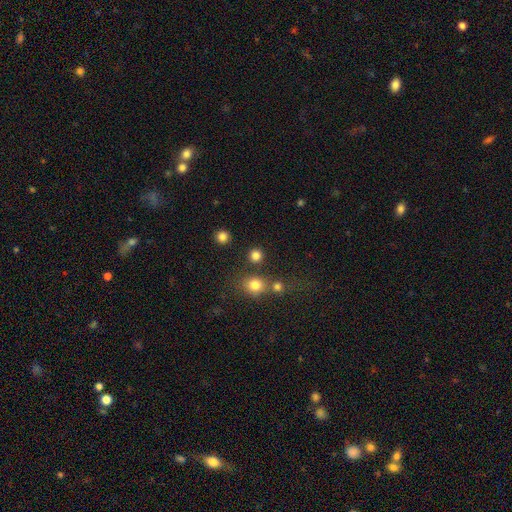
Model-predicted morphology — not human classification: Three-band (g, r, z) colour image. It shows a smooth galaxy with no disk features (82%) that is round (91%). Merging: none (82%).